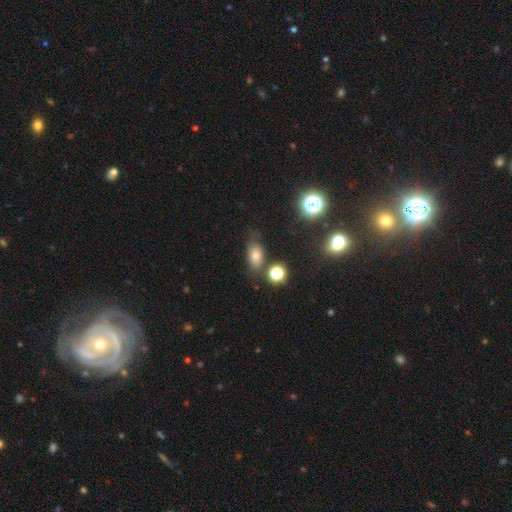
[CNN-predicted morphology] Overall: smooth (68%). How rounded: in between (81%). Merging: none (68%).